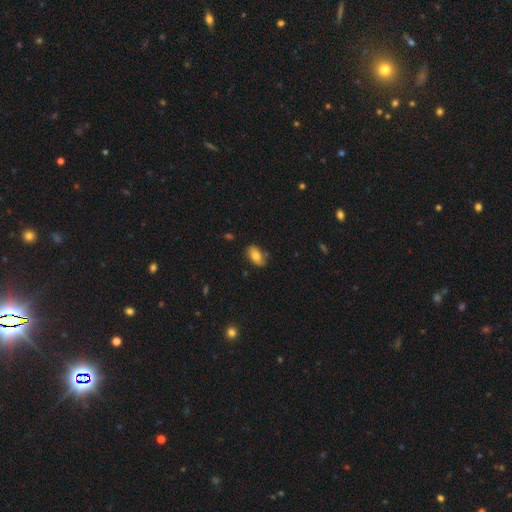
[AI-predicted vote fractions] A smooth galaxy with no disk features (75%) that is in between round and cigar-shaped (91%). Merging: none (74%).